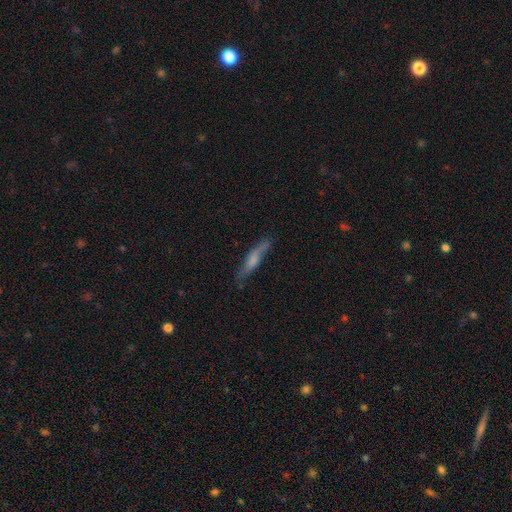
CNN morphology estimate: Smooth or featured?
  - featured or disk: 52% *
  - smooth: 40%
  - star or artifact: 8%
Edge-on disk?
  - yes: 85% *
  - no: 15%
Merging?
  - none: 76% *
  - minor disturbance: 18%
  - major disturbance: 4%
  - merger: 2%